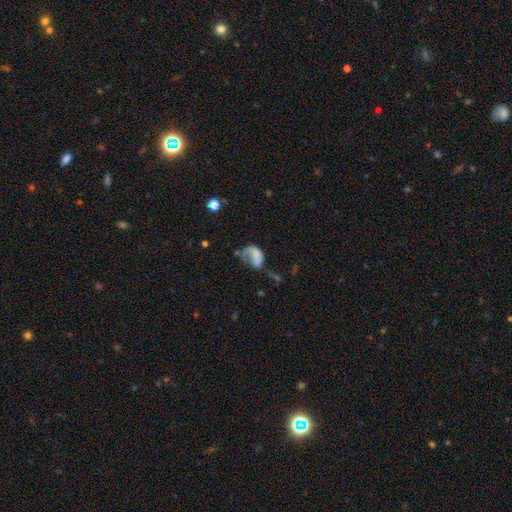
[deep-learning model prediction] This appears to be a featured or disk galaxy (46%). Merging: major disturbance (51%).